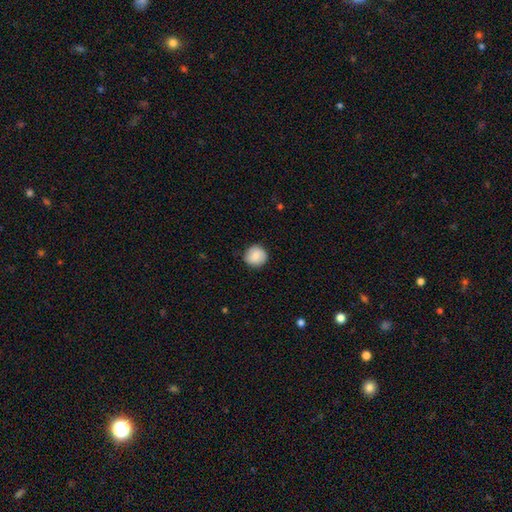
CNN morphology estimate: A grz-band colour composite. It shows a smooth galaxy with no disk features (83%) that is round (91%). Merging: none (83%).